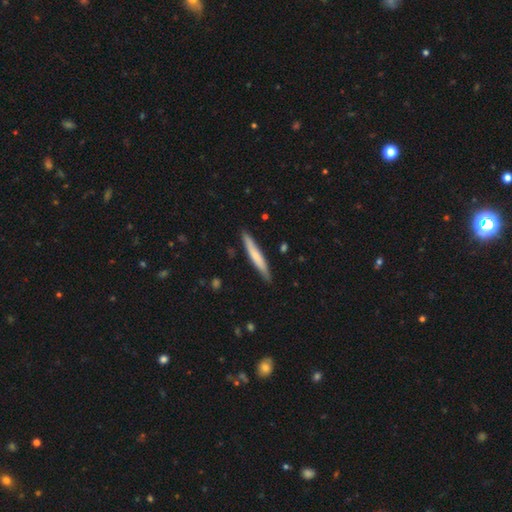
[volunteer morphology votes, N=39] Smooth or featured? 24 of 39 (62%) said smooth. How rounded? 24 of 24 (100%) said cigar-shaped. Merging? 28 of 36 (78%) said none.